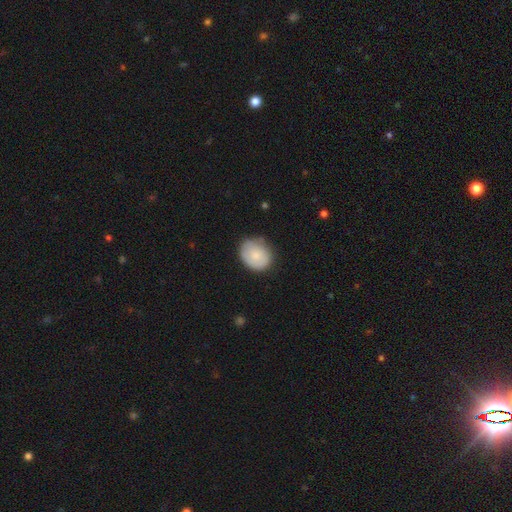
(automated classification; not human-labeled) Smooth or featured: smooth — 76% (featured or disk — 18%)
How rounded: round — 56% (in between — 43%)
Merging: none — 68% (minor disturbance — 25%)